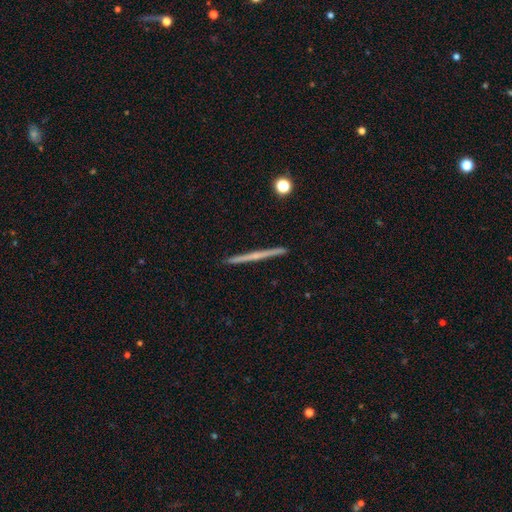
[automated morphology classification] Smooth or featured: featured or disk — 63% (smooth — 31%)
Edge-on disk: yes — 98% (no — 2%)
Edge-on bulge: none — 70% (rounded — 25%)
Merging: none — 93% (minor disturbance — 5%)